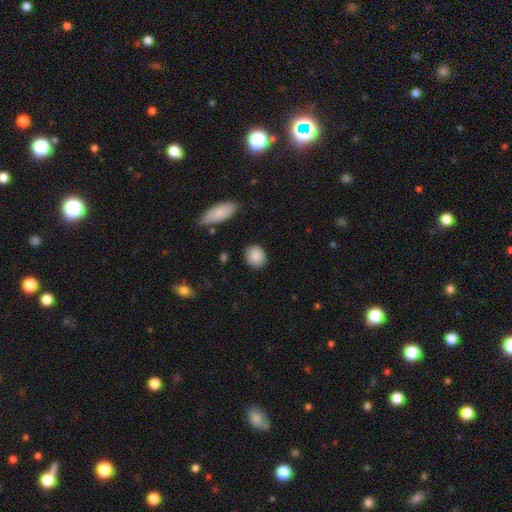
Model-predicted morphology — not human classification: Q: Smooth or featured?
A: smooth (89%); runner-up: star or artifact (7%)
Q: How rounded?
A: round (69%); runner-up: in between (30%)
Q: Merging?
A: none (87%); runner-up: minor disturbance (10%)